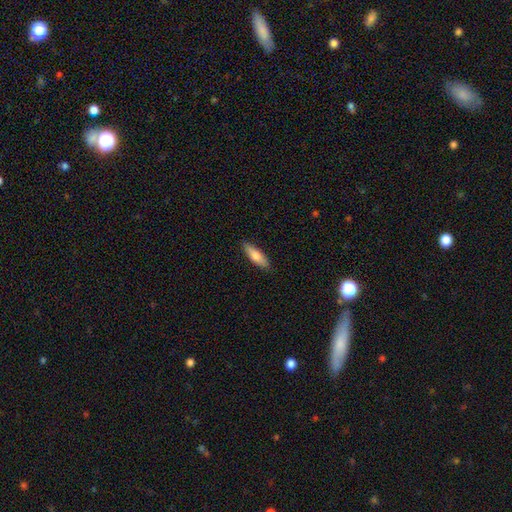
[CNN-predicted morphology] This is likely a smooth galaxy (74%). How rounded: possibly in between (50%). Merging: clearly none (87%).